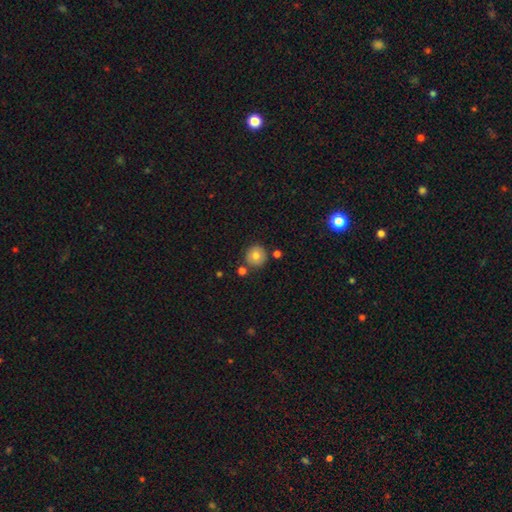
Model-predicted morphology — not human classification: This appears to be a smooth galaxy with no disk features (79%) that is round (93%). Merging: none (80%).